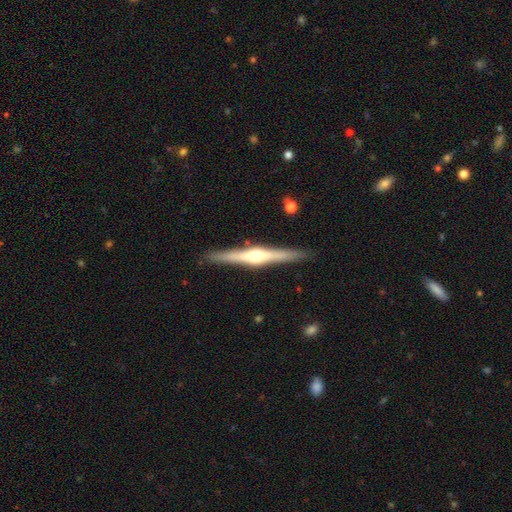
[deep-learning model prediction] Smooth or featured? featured or disk (76%)
Edge-on disk? yes (98%)
Edge-on bulge? rounded (90%)
Merging? none (90%)